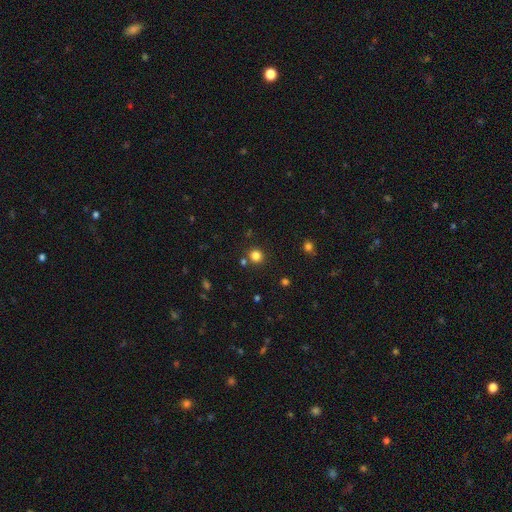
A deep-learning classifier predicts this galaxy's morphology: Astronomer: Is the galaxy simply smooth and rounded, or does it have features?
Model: smooth — 81%.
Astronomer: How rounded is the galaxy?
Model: round — 91%.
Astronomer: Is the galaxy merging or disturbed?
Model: none — 83%.